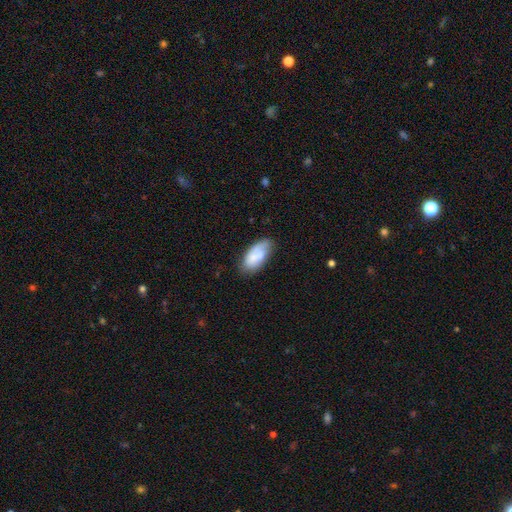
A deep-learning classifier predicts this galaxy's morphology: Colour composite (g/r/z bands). It shows a smooth galaxy with no disk features (72%) that is in between round and cigar-shaped (91%). Merging: none (64%).